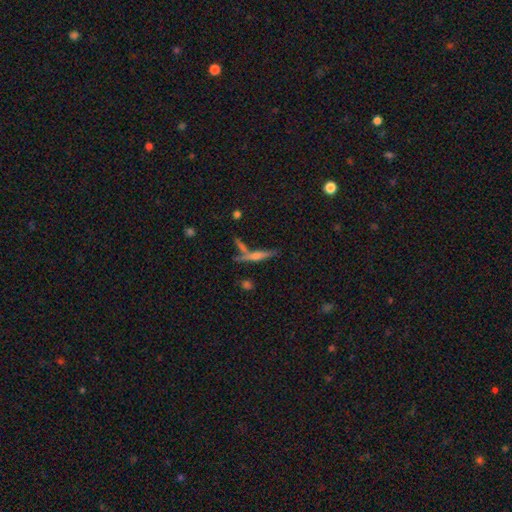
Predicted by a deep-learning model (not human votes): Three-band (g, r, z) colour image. It shows a featured or disk galaxy (59%) viewed edge-on (94%) with a rounded central bulge (73%). Merging: none (67%).